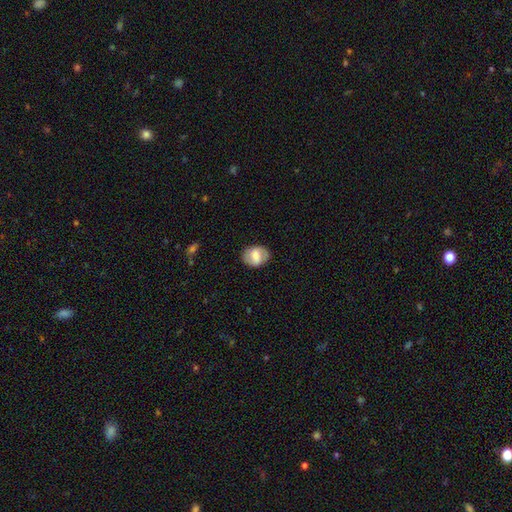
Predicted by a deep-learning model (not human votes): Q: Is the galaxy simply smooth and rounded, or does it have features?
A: smooth — 57%.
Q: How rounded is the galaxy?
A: in between — 64%.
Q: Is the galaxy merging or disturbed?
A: none — 80%.